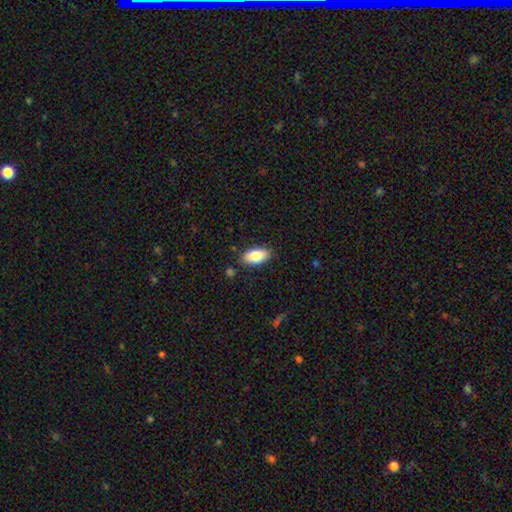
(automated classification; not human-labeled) Smooth or featured: smooth — 82% (featured or disk — 11%)
How rounded: in between — 92% (cigar-shaped — 5%)
Merging: none — 85% (minor disturbance — 10%)